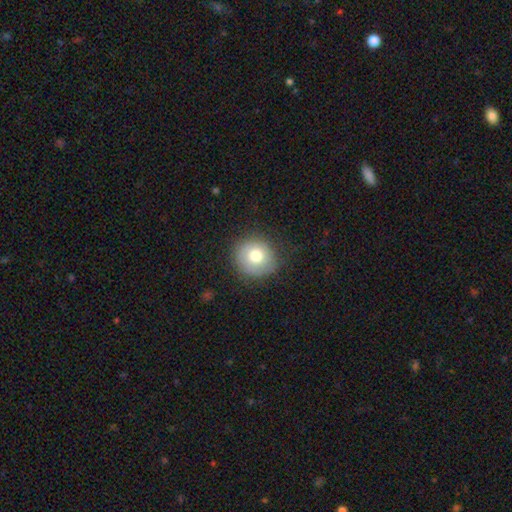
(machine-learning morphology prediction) Q: Smooth or featured?
A: smooth (75%); runner-up: featured or disk (17%)
Q: How rounded?
A: round (88%); runner-up: in between (11%)
Q: Merging?
A: none (79%); runner-up: minor disturbance (15%)